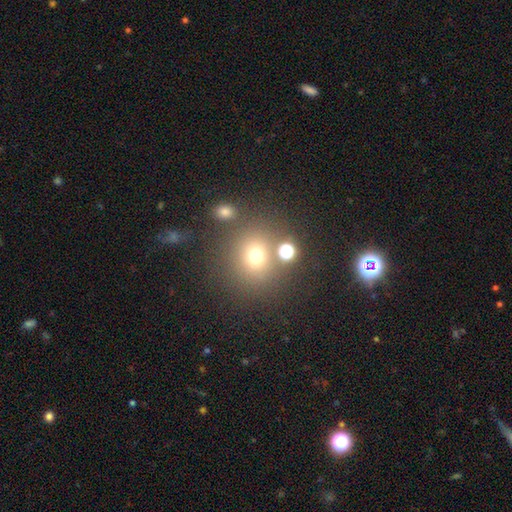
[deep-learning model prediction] Smooth or featured? Predicted: smooth (p=0.69). How rounded? Predicted: round (p=0.82). Merging? Predicted: none (p=0.71).